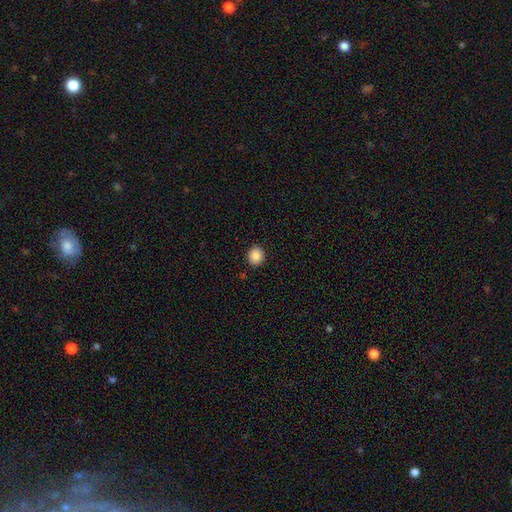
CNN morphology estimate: The model was most divided on "how rounded": round: 77%, in between: 22%, cigar-shaped: 1%. More confident: merging — none (90%); smooth or featured — smooth (88%).